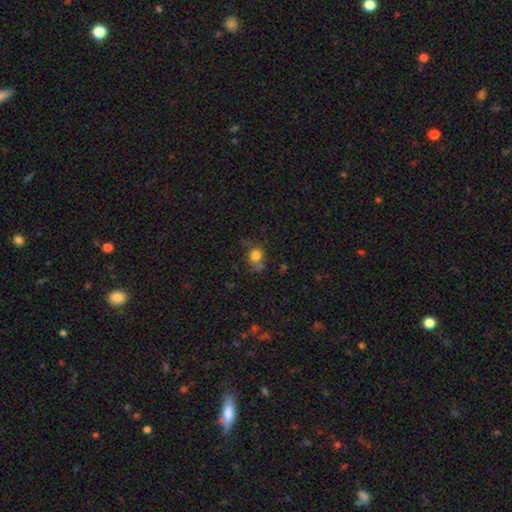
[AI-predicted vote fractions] smooth-or-featured: smooth: 78% | star or artifact: 13% | featured or disk: 10%
  how-rounded: round: 74% | in between: 25% | cigar-shaped: 1%
  merging: none: 58% | minor disturbance: 20% | merger: 13% | major disturbance: 8%